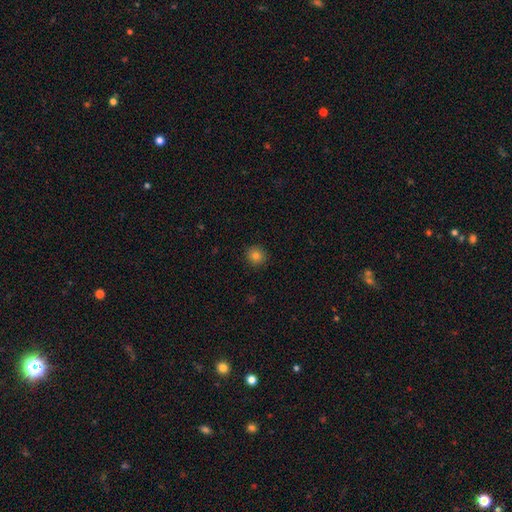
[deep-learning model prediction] Overall: smooth (82%). How rounded: round (91%). Merging: none (92%).